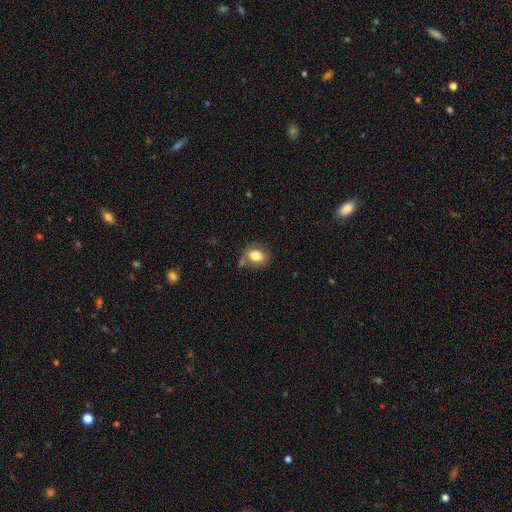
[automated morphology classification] This appears to be a smooth galaxy with no disk features (80%) that is in between round and cigar-shaped (51%). Merging: none (63%).